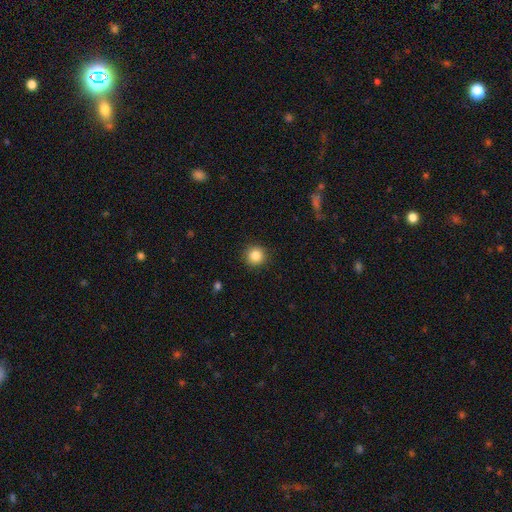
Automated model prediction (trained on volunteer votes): Smooth or featured: smooth — 85% (star or artifact — 10%)
How rounded: round — 94% (in between — 5%)
Merging: none — 91% (minor disturbance — 6%)